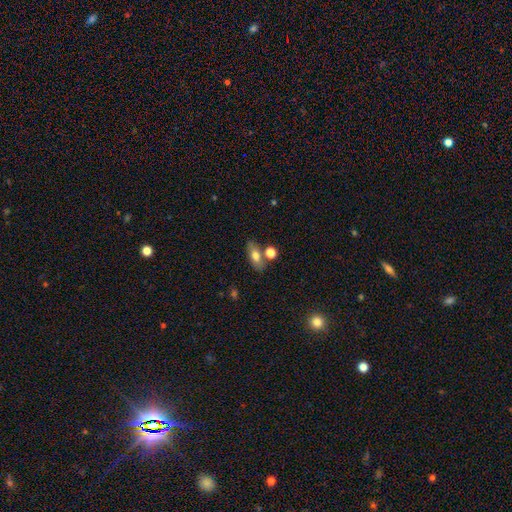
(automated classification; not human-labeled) Smooth or featured: smooth — 68% (featured or disk — 23%)
How rounded: in between — 75% (cigar-shaped — 16%)
Merging: none — 68% (merger — 16%)